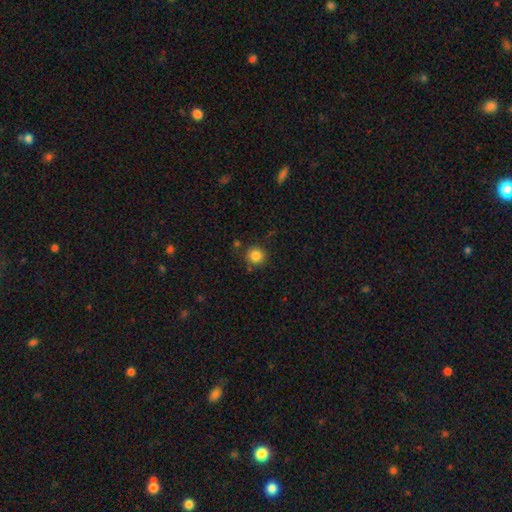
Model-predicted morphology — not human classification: This appears to be a smooth galaxy with no disk features (85%) that is round (94%). Merging: none (85%).